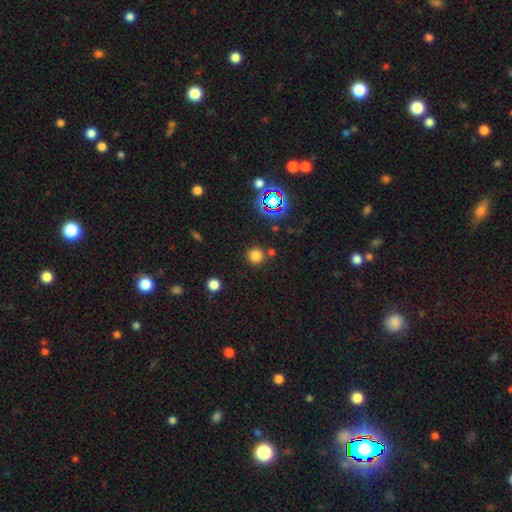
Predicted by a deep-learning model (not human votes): Smooth or featured: smooth — 73% (star or artifact — 22%)
How rounded: round — 94% (in between — 5%)
Merging: none — 82% (merger — 8%)